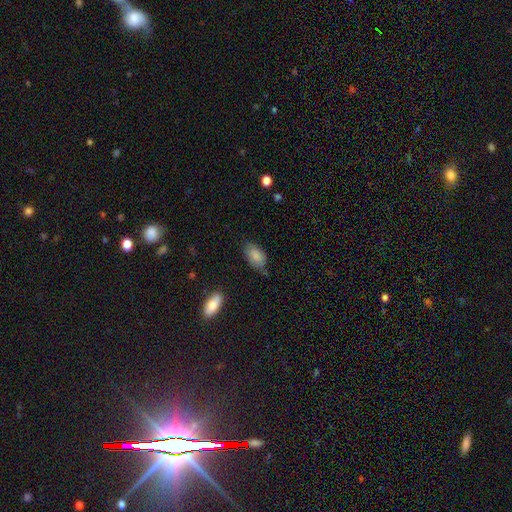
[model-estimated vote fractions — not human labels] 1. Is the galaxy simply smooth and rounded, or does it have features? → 84% smooth, 9% featured or disk, 7% star or artifact.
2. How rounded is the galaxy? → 93% in between, 4% round, 2% cigar-shaped.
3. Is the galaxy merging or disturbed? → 68% none, 24% minor disturbance, 4% major disturbance, 4% merger.